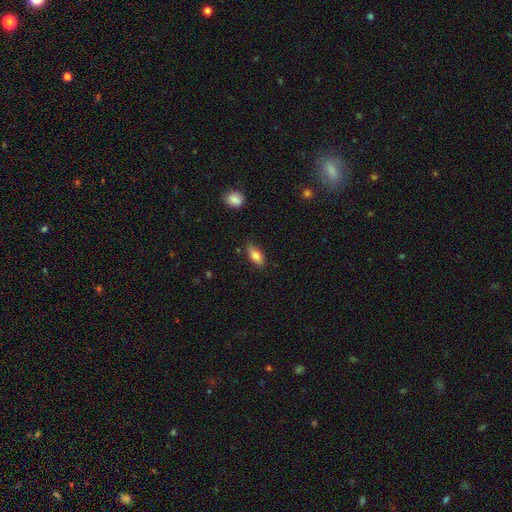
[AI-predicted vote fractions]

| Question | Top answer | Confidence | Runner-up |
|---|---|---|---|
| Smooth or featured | smooth | 79% | featured or disk (14%) |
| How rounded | in between | 81% | cigar-shaped (16%) |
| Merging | none | 79% | minor disturbance (16%) |